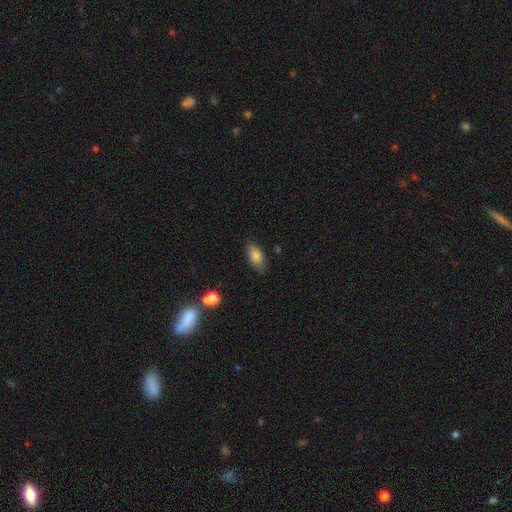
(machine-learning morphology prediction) This appears to be a smooth galaxy with no disk features (83%) that is in between round and cigar-shaped (88%). Merging: none (82%).